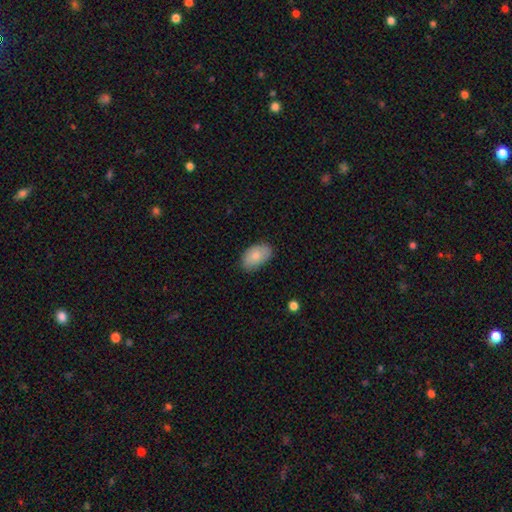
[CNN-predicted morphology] This appears to be a smooth galaxy with no disk features (83%) that is in between round and cigar-shaped (92%). Merging: none (79%).